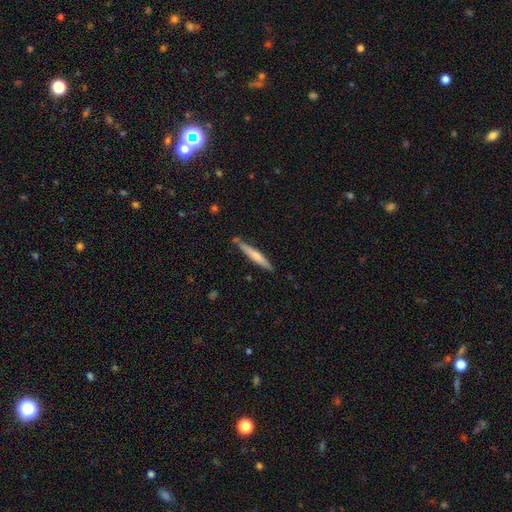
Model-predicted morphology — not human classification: Overall: smooth (60%; featured or disk 34%). How rounded: cigar-shaped (94%). Merging: none (78%).